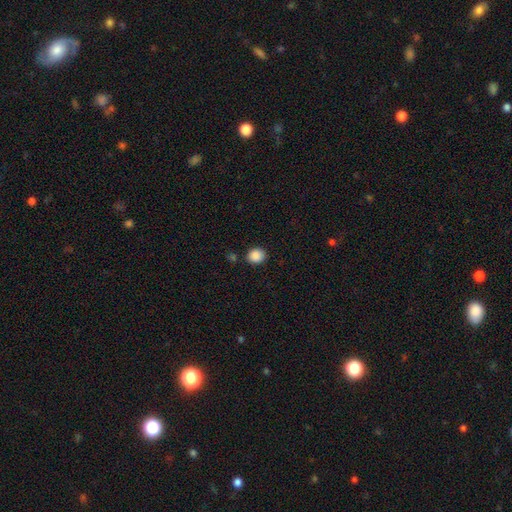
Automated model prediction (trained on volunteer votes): This is clearly a smooth galaxy (88%). How rounded: likely round (68%). Merging: clearly none (84%).